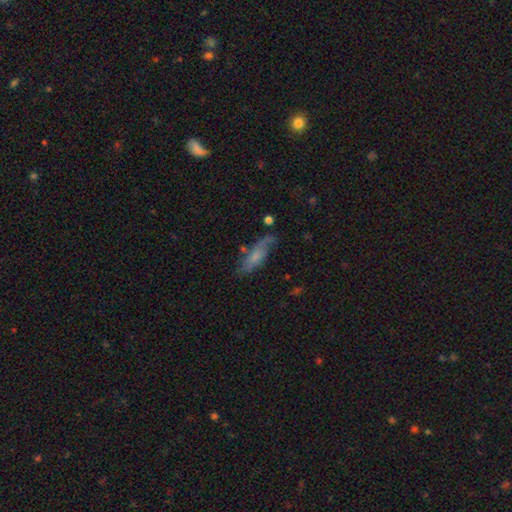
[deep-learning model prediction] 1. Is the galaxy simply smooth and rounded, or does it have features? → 51% smooth, 41% featured or disk, 8% star or artifact.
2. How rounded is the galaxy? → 51% in between, 46% cigar-shaped, 3% round.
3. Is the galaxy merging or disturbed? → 61% none, 25% minor disturbance, 10% major disturbance, 5% merger.